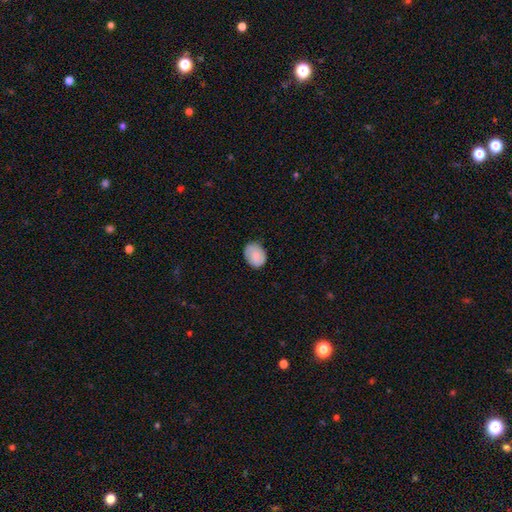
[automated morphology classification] Smooth or featured? Predicted: smooth (p=0.76). How rounded? Predicted: in between (p=0.56). Merging? Predicted: none (p=0.80).